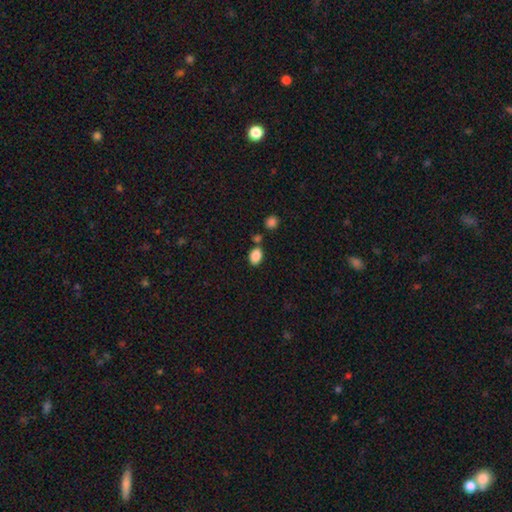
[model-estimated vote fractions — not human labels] Smooth or featured? smooth (87%)
How rounded? in between (82%)
Merging? none (70%)